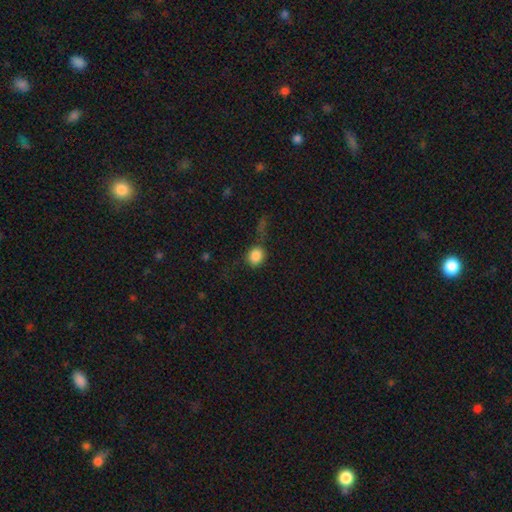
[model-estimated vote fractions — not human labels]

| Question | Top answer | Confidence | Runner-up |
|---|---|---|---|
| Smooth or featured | smooth | 84% | star or artifact (10%) |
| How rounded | round | 67% | in between (31%) |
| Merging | none | 57% | minor disturbance (21%) |